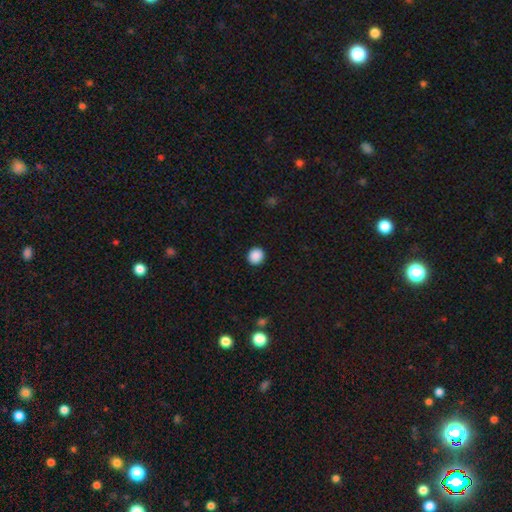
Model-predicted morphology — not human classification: A smooth galaxy with no disk features (89%) that is round (87%). Merging: none (92%).